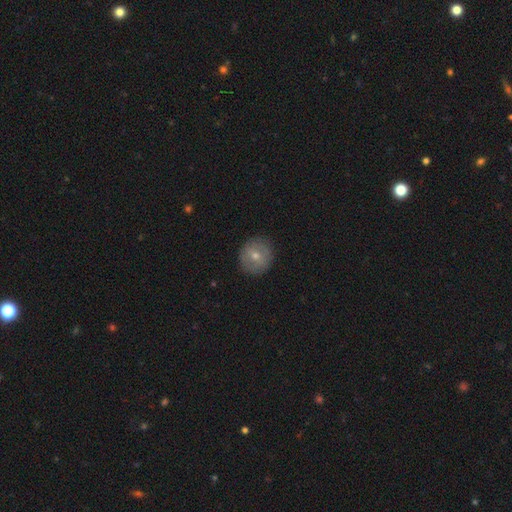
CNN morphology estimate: Smooth or featured? Predicted: smooth (p=0.57). How rounded? Predicted: round (p=0.89). Merging? Predicted: none (p=0.87).